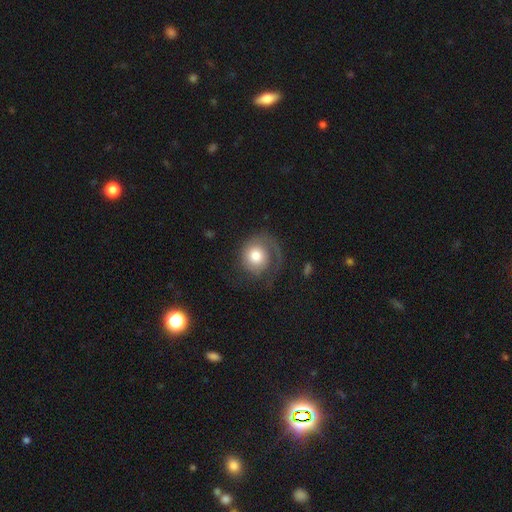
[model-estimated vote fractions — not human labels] smooth_or_featured: smooth (p=0.50) [alt: featured or disk p=0.43]
merging: none (p=0.54) [alt: major disturbance p=0.25]